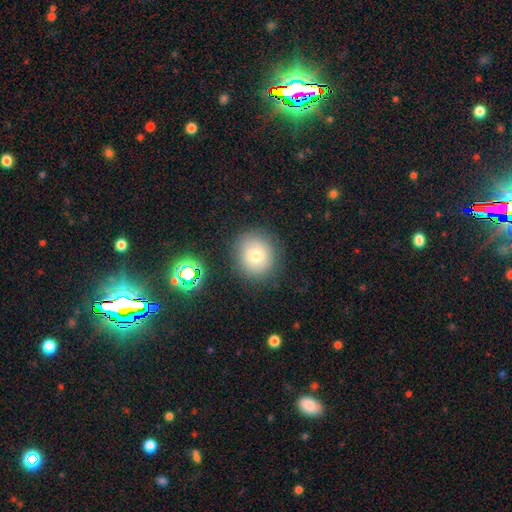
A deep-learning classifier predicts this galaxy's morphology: smooth 72%, star or artifact 15%, featured or disk 13%. Down the decision tree: how rounded — round (82%); merging — none (84%).